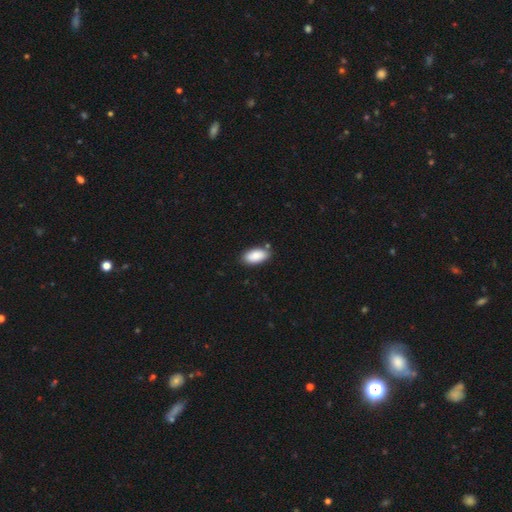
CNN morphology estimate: smooth 88%, star or artifact 6%, featured or disk 6%. Down the decision tree: how rounded — in between (93%); merging — none (81%).